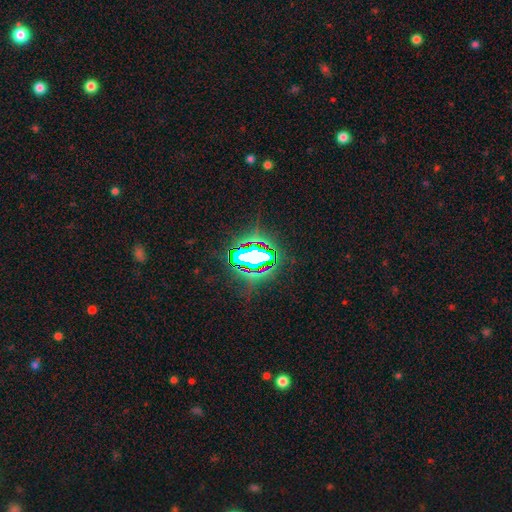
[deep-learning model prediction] Morphology: type=star or artifact (78%).